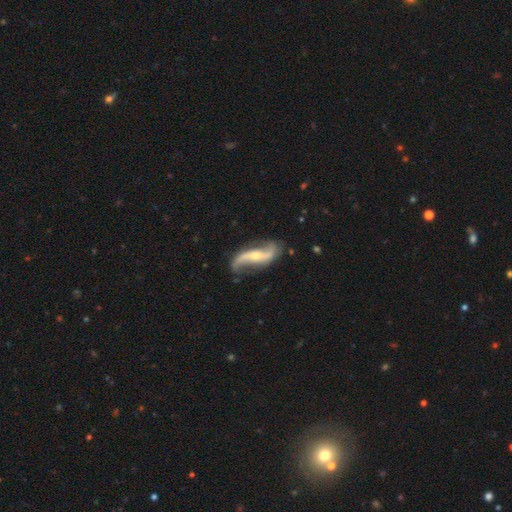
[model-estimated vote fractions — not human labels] Smooth or featured? Predicted: featured or disk (p=0.90). Edge-on disk? Predicted: no (p=0.93). Bar? Predicted: no (p=0.36). Spiral arms? Predicted: yes (p=0.96). Spiral winding? Predicted: loose (p=0.87). Spiral arm count? Predicted: 2 (p=0.93). Bulge size? Predicted: small (p=0.52). Merging? Predicted: none (p=0.75).